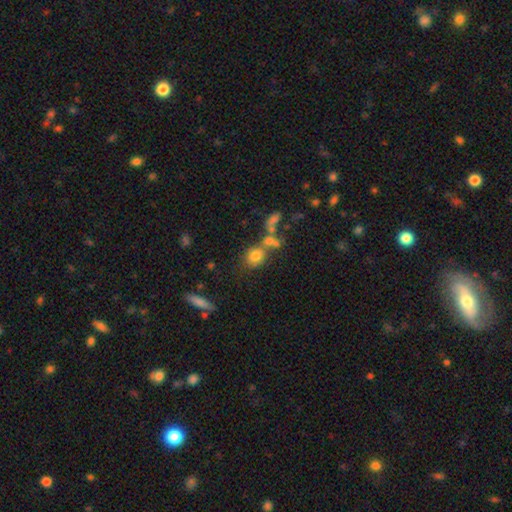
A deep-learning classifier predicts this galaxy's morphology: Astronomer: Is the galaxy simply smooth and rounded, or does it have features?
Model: smooth — 74%.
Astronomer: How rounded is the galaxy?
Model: round — 56% (runner-up: in between, 42%).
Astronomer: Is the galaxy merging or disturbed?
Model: none — 44% (runner-up: merger, 34%).